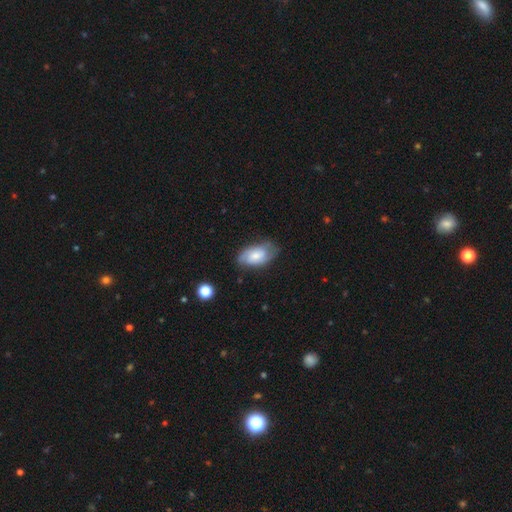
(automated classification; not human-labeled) This is possibly a smooth galaxy (52%). How rounded: clearly in between (92%). Merging: likely none (66%).